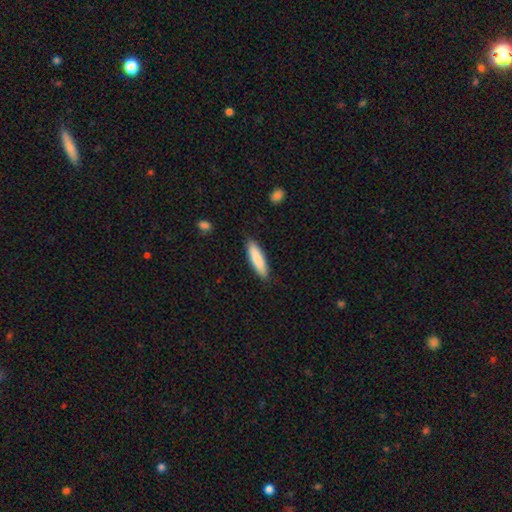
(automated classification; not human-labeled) Morphology: type=smooth (85%); roundness=cigar-shaped (74%); merging=none (87%).